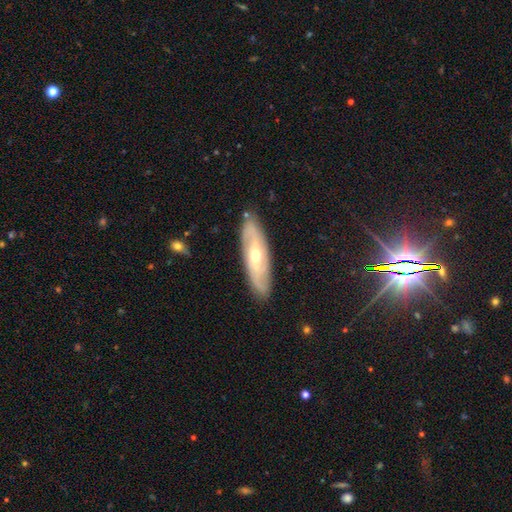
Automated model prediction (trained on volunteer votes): featured or disk 71%, smooth 23%, star or artifact 5%. Down the decision tree: edge-on disk — no (77%); bar — no (61%); spiral arms — yes (83%); bulge size — moderate (58%); merging — none (85%).